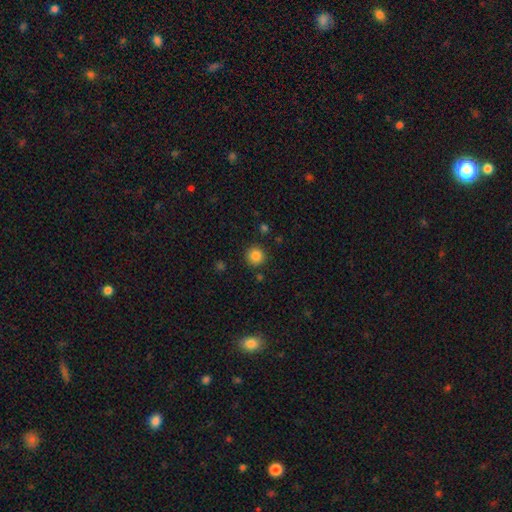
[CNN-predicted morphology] Smooth or featured: smooth — 85% (star or artifact — 11%)
How rounded: round — 94% (in between — 5%)
Merging: none — 88% (minor disturbance — 7%)